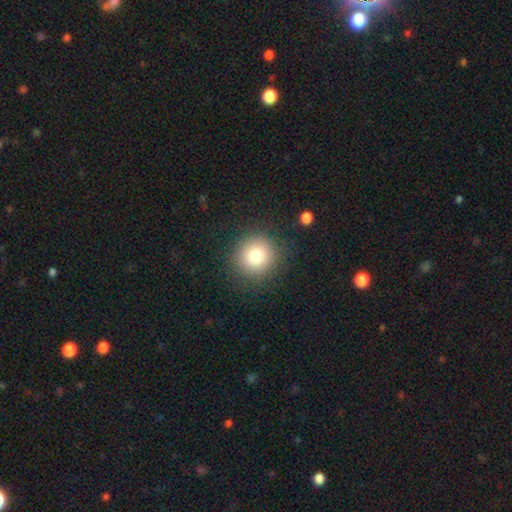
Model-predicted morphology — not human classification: Smooth or featured? Predicted: smooth (p=0.78). How rounded? Predicted: round (p=0.94). Merging? Predicted: none (p=0.88).